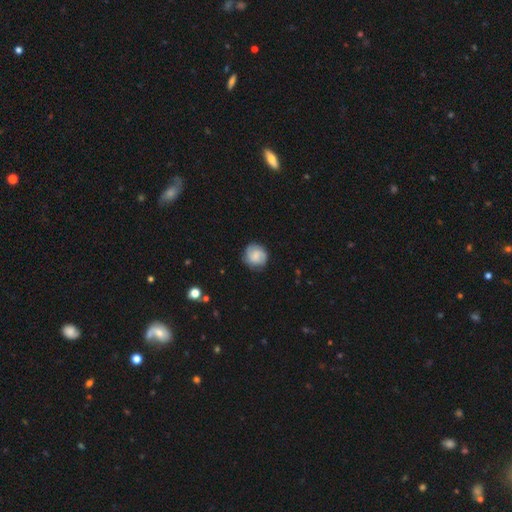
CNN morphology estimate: Q: Smooth or featured?
A: smooth (54%); runner-up: featured or disk (38%)
Q: How rounded?
A: round (88%); runner-up: in between (11%)
Q: Merging?
A: none (81%); runner-up: minor disturbance (14%)